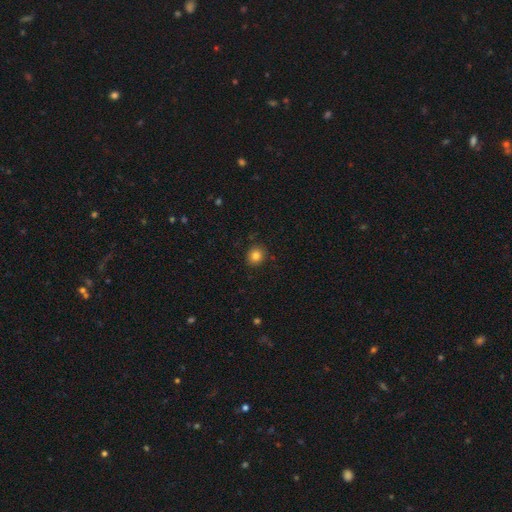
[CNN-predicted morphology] smooth-or-featured: smooth: 83% | star or artifact: 11% | featured or disk: 6%
  how-rounded: round: 81% | in between: 18% | cigar-shaped: 1%
  merging: none: 89% | minor disturbance: 8% | major disturbance: 2% | merger: 1%